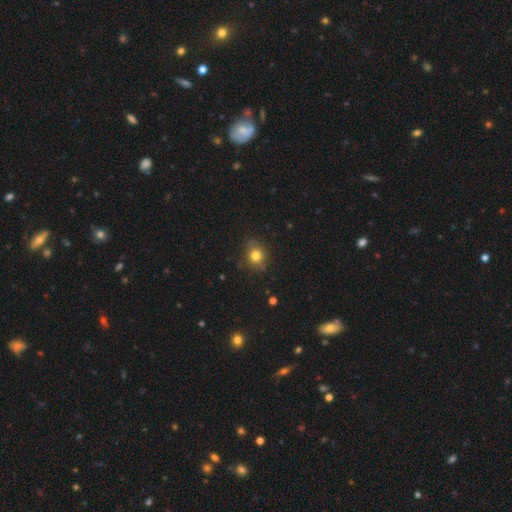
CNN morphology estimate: A smooth galaxy with no disk features (79%) that is round (77%). Merging: none (77%).